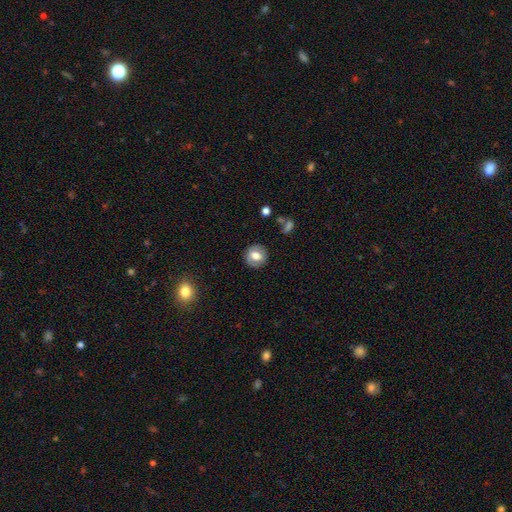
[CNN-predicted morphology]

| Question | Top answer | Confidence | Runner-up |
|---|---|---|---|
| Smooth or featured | smooth | 62% | featured or disk (29%) |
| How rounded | round | 84% | in between (15%) |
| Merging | none | 84% | minor disturbance (11%) |